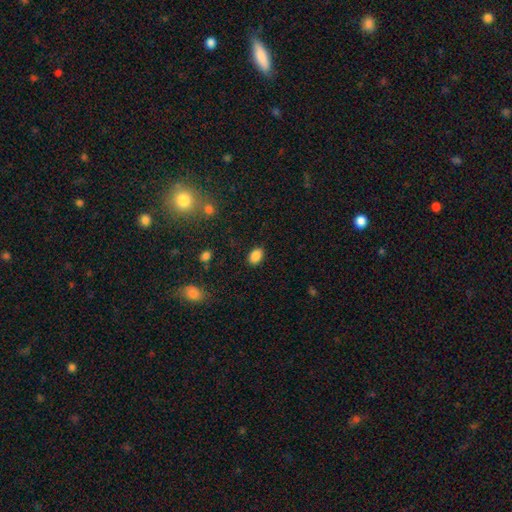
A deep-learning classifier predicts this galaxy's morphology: Smooth or featured: smooth — 87% (star or artifact — 9%)
How rounded: in between — 82% (round — 17%)
Merging: none — 85% (minor disturbance — 10%)